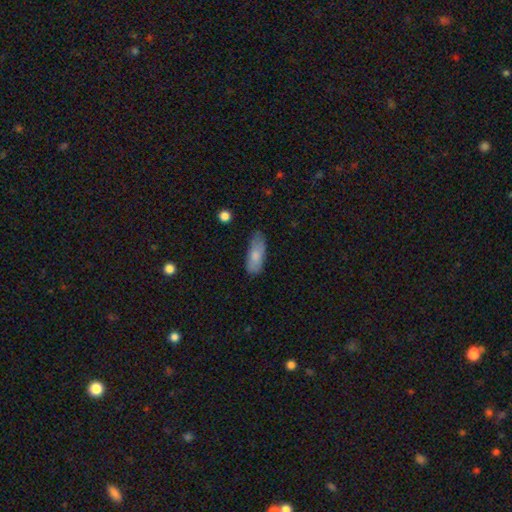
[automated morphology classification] Smooth or featured: smooth — 77% (featured or disk — 16%)
How rounded: in between — 77% (cigar-shaped — 21%)
Merging: none — 65% (minor disturbance — 27%)